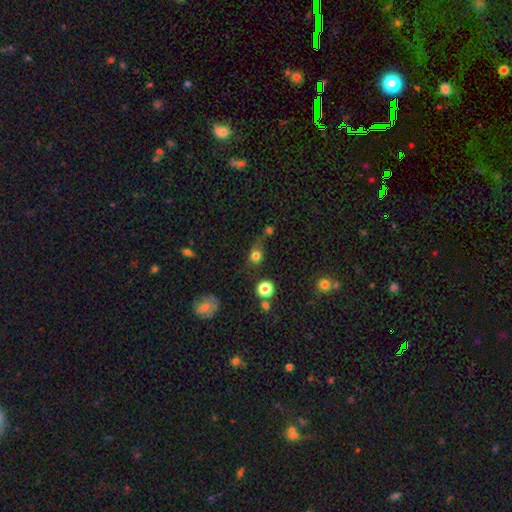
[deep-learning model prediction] The model was most divided on "merging": none: 49%, minor disturbance: 24%, major disturbance: 15%, merger: 12%. More confident: smooth or featured — smooth (77%); how rounded — round (75%).